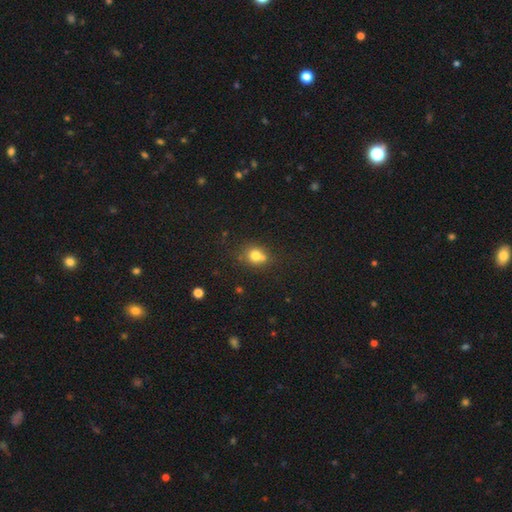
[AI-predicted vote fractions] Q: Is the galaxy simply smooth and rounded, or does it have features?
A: smooth — 75%.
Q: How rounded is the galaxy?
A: round — 71%.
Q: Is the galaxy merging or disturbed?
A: none — 51%.